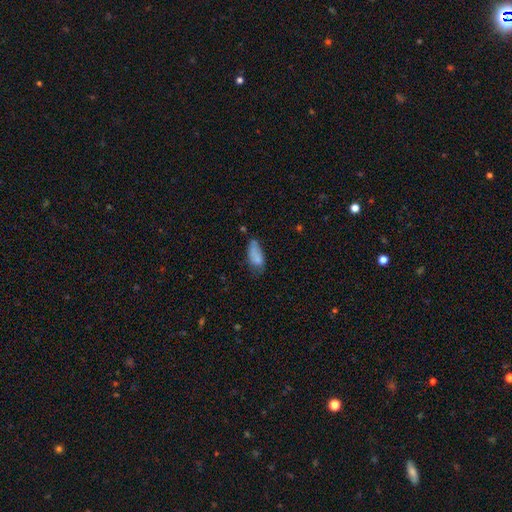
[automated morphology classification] type=smooth (77%); roundness=in between (87%); merging=none (43%).